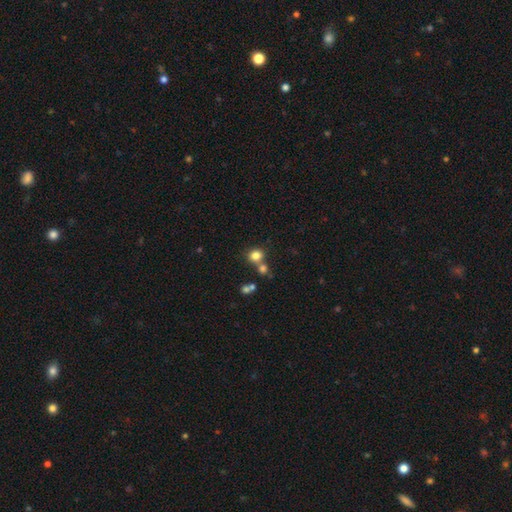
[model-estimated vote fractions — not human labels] smooth 79%, star or artifact 13%, featured or disk 8%. Down the decision tree: how rounded — round (75%); merging — none (57%).